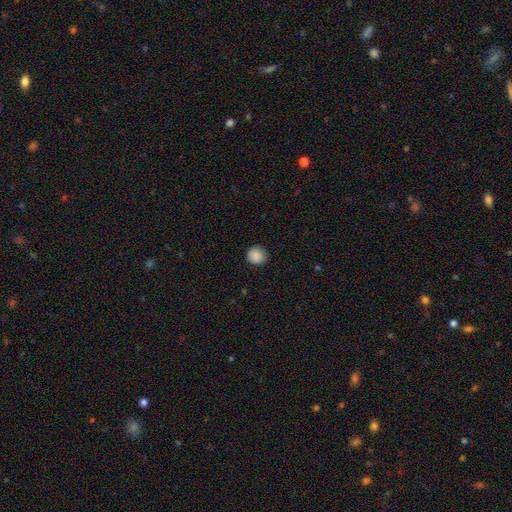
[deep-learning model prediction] Smooth or featured: smooth — 88% (star or artifact — 9%)
How rounded: round — 88% (in between — 11%)
Merging: none — 88% (minor disturbance — 9%)